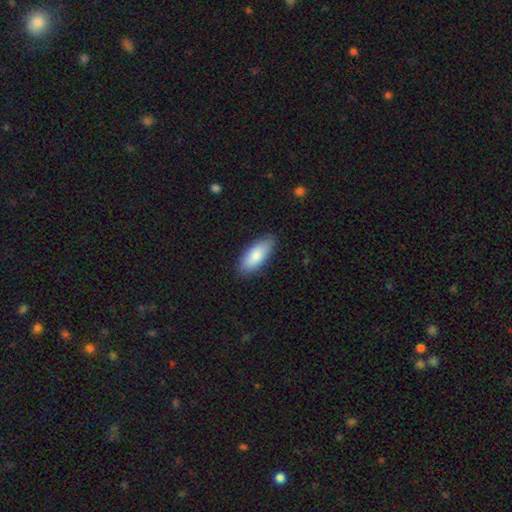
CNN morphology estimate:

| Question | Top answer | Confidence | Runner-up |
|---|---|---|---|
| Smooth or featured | smooth | 84% | featured or disk (11%) |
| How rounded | in between | 81% | cigar-shaped (18%) |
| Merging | none | 84% | minor disturbance (13%) |